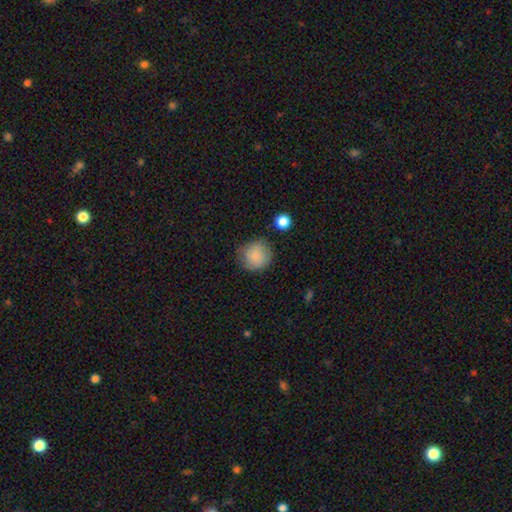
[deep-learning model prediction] The model was most divided on "merging": none: 75%, minor disturbance: 18%, major disturbance: 5%, merger: 3%. More confident: how rounded — round (90%); smooth or featured — smooth (85%).